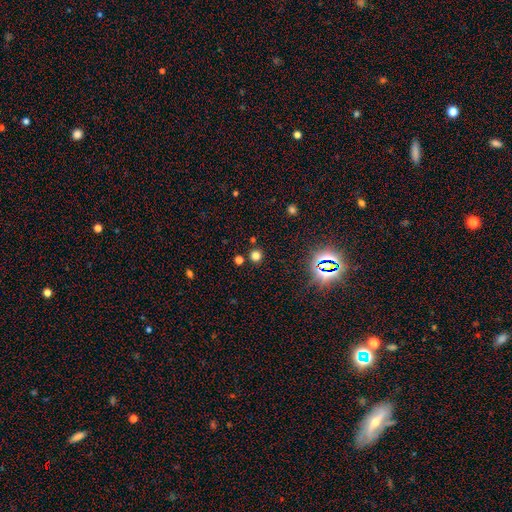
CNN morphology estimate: Smooth or featured?
  - smooth: 70% *
  - star or artifact: 25%
  - featured or disk: 5%
How rounded?
  - round: 93% *
  - in between: 6%
  - cigar-shaped: 1%
Merging?
  - none: 88% *
  - minor disturbance: 6%
  - merger: 4%
  - major disturbance: 3%